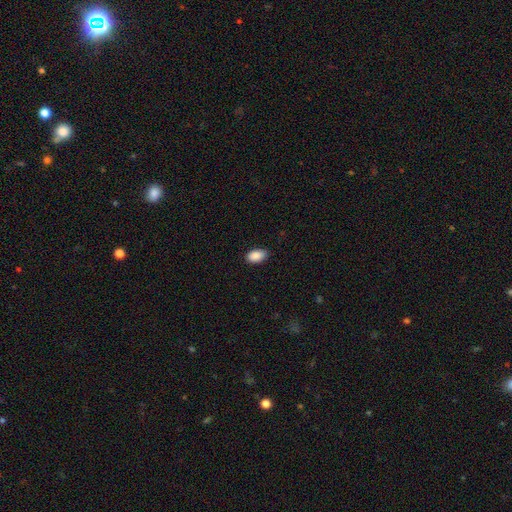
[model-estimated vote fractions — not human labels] This appears to be a smooth galaxy with no disk features (90%) that is in between round and cigar-shaped (93%). Merging: none (83%).